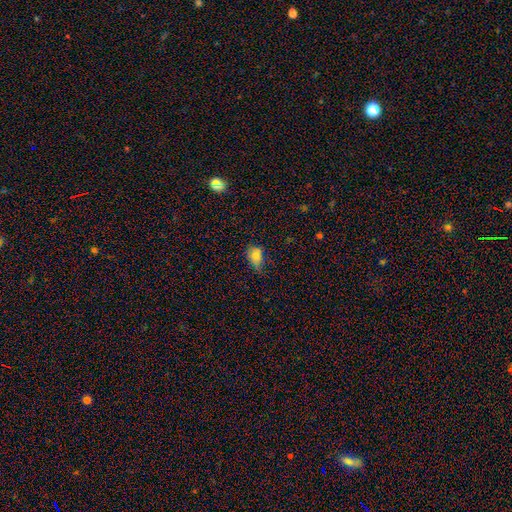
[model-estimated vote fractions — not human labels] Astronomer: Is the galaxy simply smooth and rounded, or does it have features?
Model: smooth — 78%.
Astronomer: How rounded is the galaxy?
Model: in between — 71%.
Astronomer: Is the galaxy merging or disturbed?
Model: none — 45% (runner-up: minor disturbance, 40%).